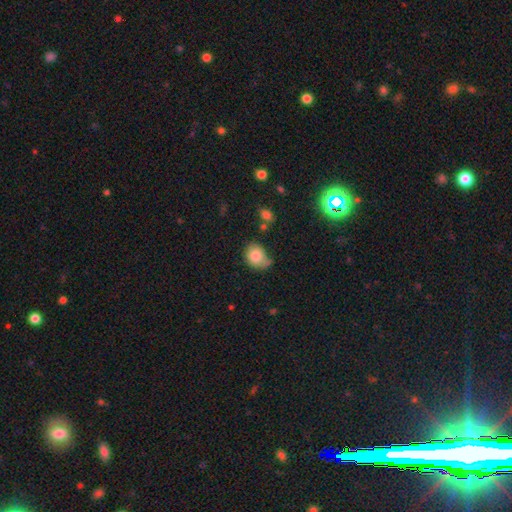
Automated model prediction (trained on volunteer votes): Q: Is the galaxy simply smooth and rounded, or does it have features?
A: smooth — 82%.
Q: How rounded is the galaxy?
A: round — 50%.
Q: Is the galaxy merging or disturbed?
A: none — 49%.